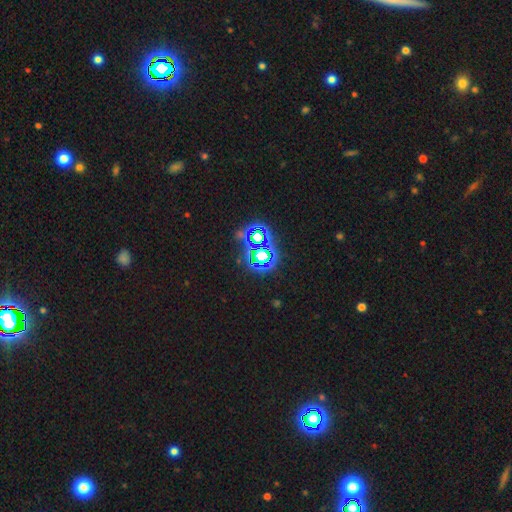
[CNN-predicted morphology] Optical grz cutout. It shows a star or artifact, not a galaxy (78%).